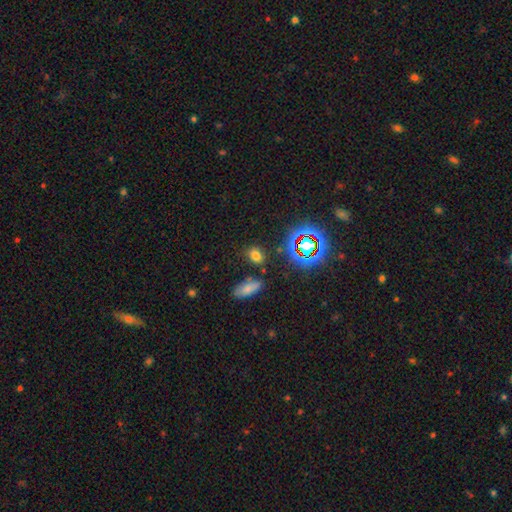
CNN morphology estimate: Overall: smooth (69%). How rounded: in between (66%; round 31%). Merging: none (80%).